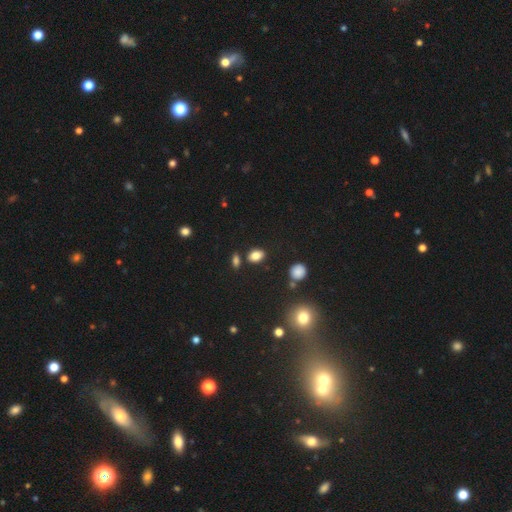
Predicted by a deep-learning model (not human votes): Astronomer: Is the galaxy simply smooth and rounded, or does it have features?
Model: smooth — 82%.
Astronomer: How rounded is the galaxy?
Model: in between — 79%.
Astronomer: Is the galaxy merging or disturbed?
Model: none — 79%.